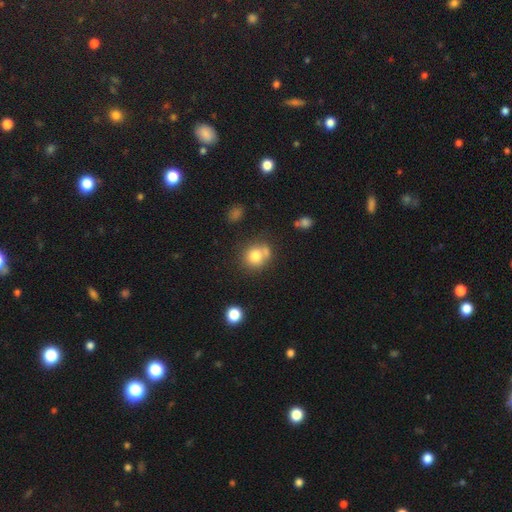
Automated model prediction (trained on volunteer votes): Q: Smooth or featured?
A: smooth (78%); runner-up: star or artifact (11%)
Q: How rounded?
A: round (82%); runner-up: in between (17%)
Q: Merging?
A: none (56%); runner-up: merger (23%)